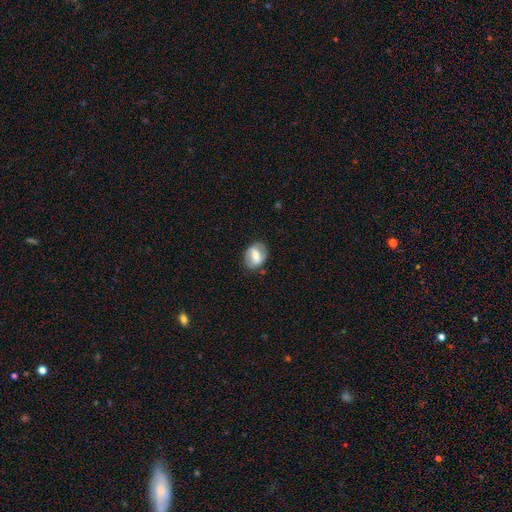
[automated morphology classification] smooth_or_featured: featured or disk (p=0.51) [alt: smooth p=0.42]
disk_edge_on: no (p=0.92) [alt: yes p=0.08]
merging: none (p=0.80) [alt: minor disturbance p=0.14]